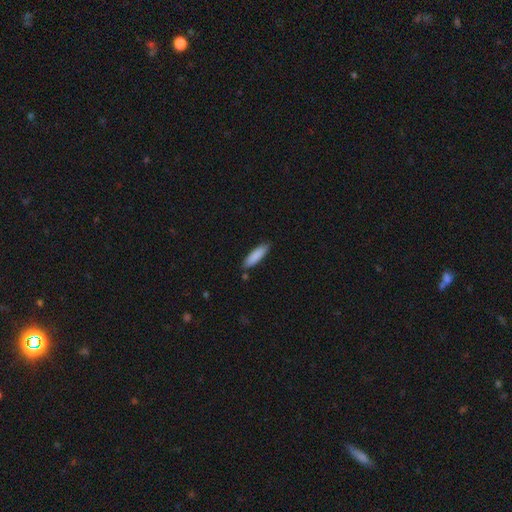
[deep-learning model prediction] Smooth or featured?
  - smooth: 87% *
  - featured or disk: 7%
  - star or artifact: 6%
How rounded?
  - cigar-shaped: 62% *
  - in between: 36%
  - round: 1%
Merging?
  - none: 82% *
  - minor disturbance: 13%
  - merger: 3%
  - major disturbance: 2%